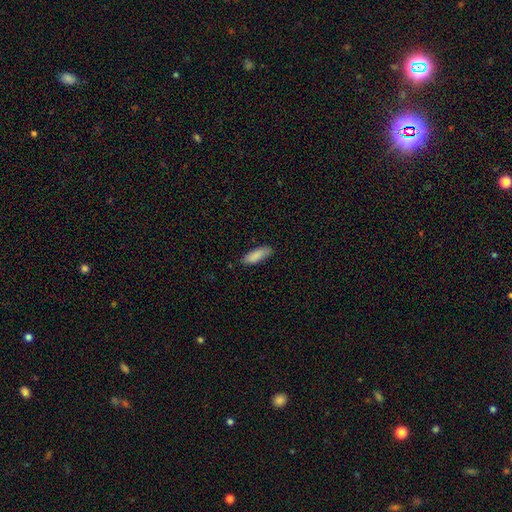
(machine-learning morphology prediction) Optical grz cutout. It shows a smooth galaxy with no disk features (88%) that is in between round and cigar-shaped (62%). Merging: none (83%).